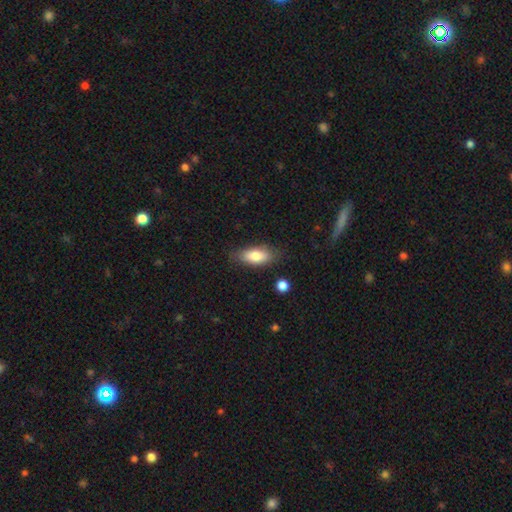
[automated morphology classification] Q: Smooth or featured?
A: smooth (81%); runner-up: featured or disk (13%)
Q: How rounded?
A: in between (84%); runner-up: cigar-shaped (12%)
Q: Merging?
A: none (79%); runner-up: minor disturbance (15%)